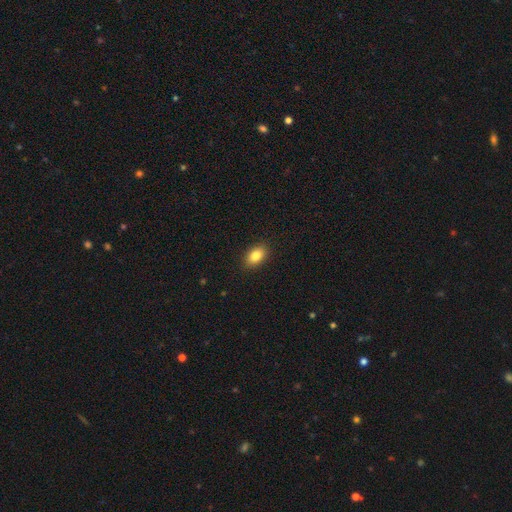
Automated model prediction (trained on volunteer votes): The model was most divided on "how rounded": in between: 86%, round: 12%, cigar-shaped: 2%. More confident: merging — none (89%); smooth or featured — smooth (85%).